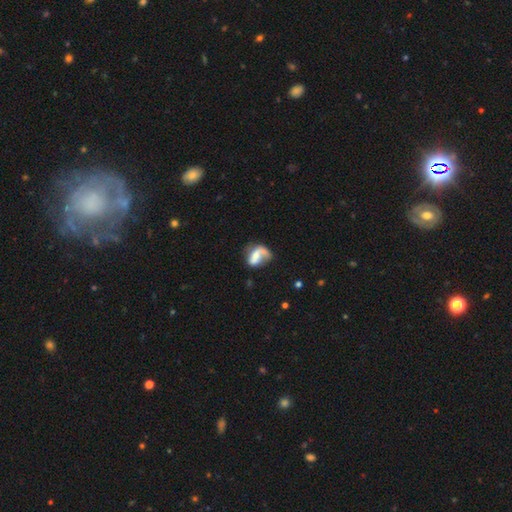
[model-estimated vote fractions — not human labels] Smooth or featured?
  - featured or disk: 53% *
  - smooth: 39%
  - star or artifact: 8%
Edge-on disk?
  - no: 97% *
  - yes: 3%
Bar?
  - no: 55% *
  - weak: 31%
  - strong: 14%
Spiral arms?
  - yes: 73% *
  - no: 27%
Bulge size?
  - small: 31% *
  - none: 30%
  - moderate: 26%
  - large: 10%
  - dominant: 3%
Merging?
  - major disturbance: 37% *
  - none: 33%
  - minor disturbance: 21%
  - merger: 9%